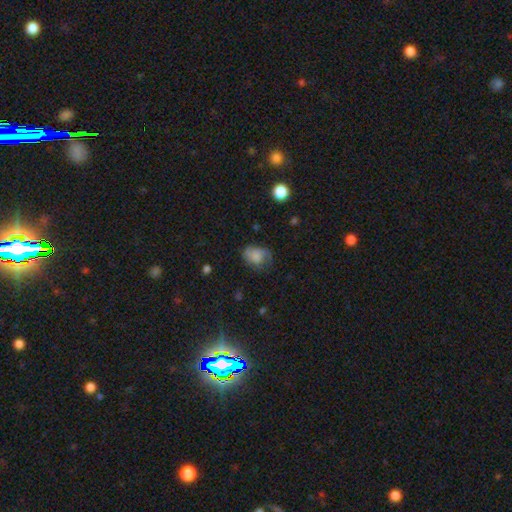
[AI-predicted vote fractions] Smooth or featured? smooth (65%)
How rounded? in between (65%)
Merging? none (43%)